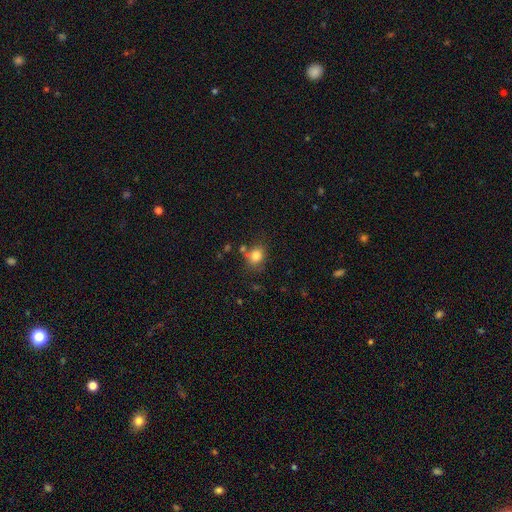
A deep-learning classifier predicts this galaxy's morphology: Overall: smooth (80%). How rounded: round (52%; in between 47%). Merging: none (65%).